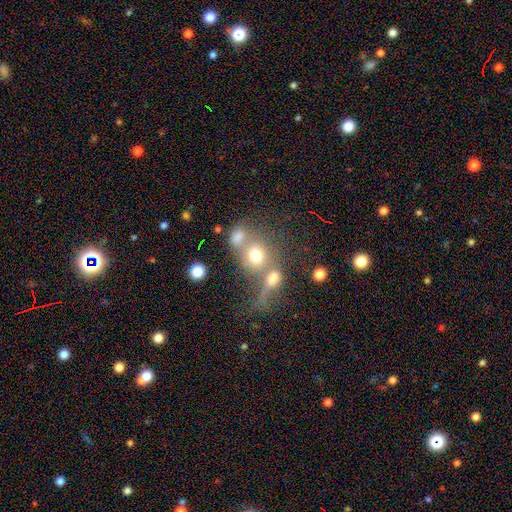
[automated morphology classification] Smooth or featured: smooth — 65% (featured or disk — 20%)
How rounded: round — 68% (in between — 30%)
Merging: merger — 56% (none — 26%)